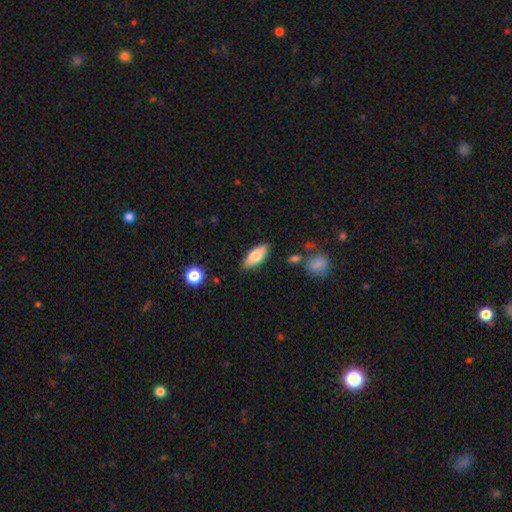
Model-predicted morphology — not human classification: type=smooth (77%); roundness=in between (84%); merging=none (83%).